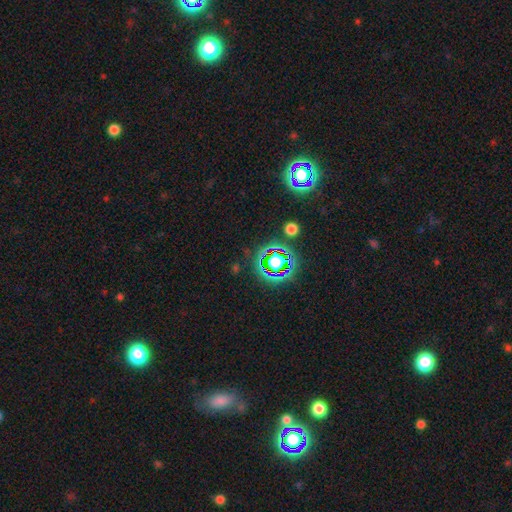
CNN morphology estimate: Smooth or featured? star or artifact (76%)